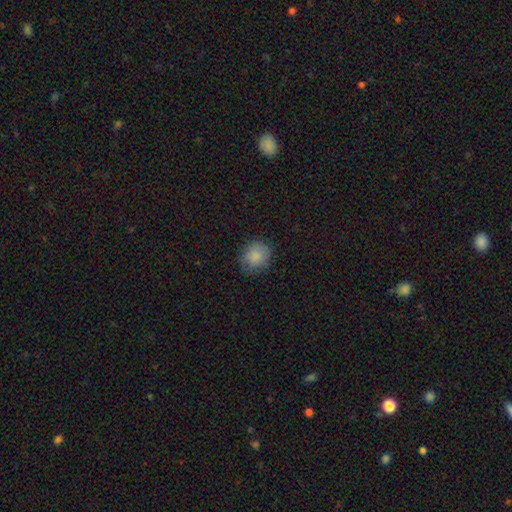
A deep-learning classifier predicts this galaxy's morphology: This is clearly a smooth galaxy (82%). How rounded: likely round (74%). Merging: likely none (72%).